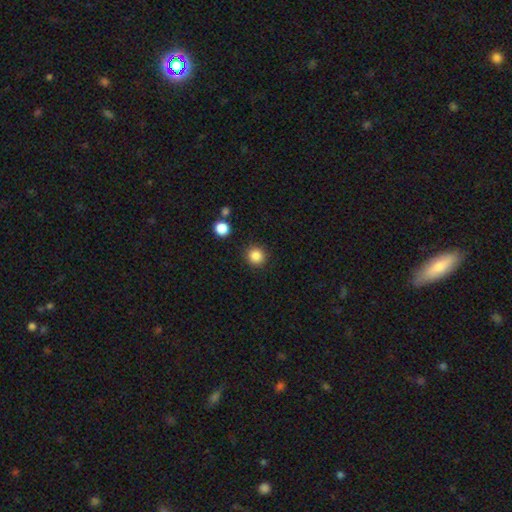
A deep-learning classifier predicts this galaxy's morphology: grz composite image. It shows a smooth galaxy with no disk features (86%) that is round (93%). Merging: none (90%).